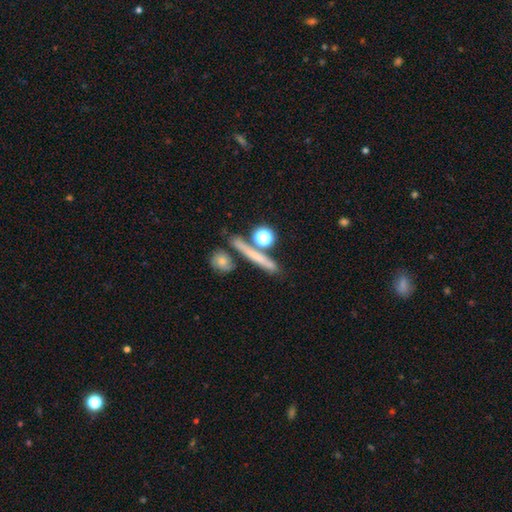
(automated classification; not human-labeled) A smooth galaxy with no disk features (58%) that is cigar-shaped (64%).

Vote fractions:
- Smooth or featured? smooth: 58% / featured or disk: 27% / star or artifact: 15%
- How rounded? cigar-shaped: 64% / round: 24% / in between: 13%
- Merging? none: 70% / merger: 14% / minor disturbance: 11% / major disturbance: 5%